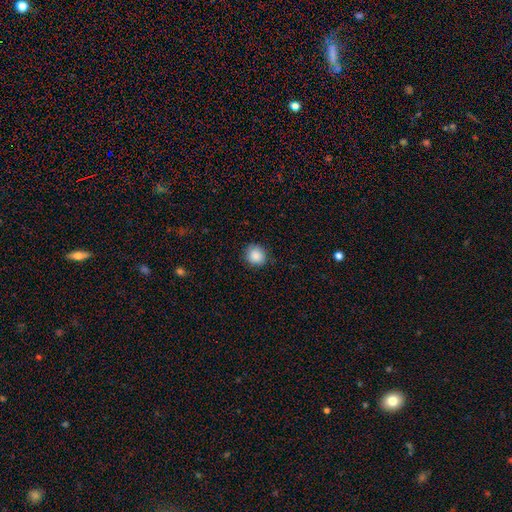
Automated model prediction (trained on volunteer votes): Overall: smooth (88%). How rounded: round (85%). Merging: none (87%).